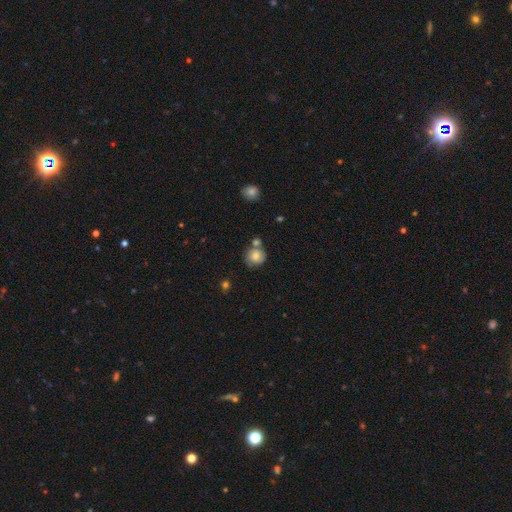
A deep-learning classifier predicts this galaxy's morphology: Smooth or featured? Predicted: smooth (p=0.75). How rounded? Predicted: round (p=0.87). Merging? Predicted: none (p=0.59).